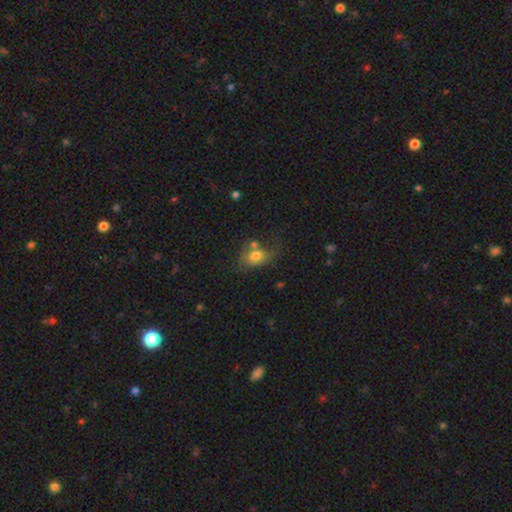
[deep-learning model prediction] Morphology: type=smooth (72%); roundness=in between (73%); merging=none (39%).